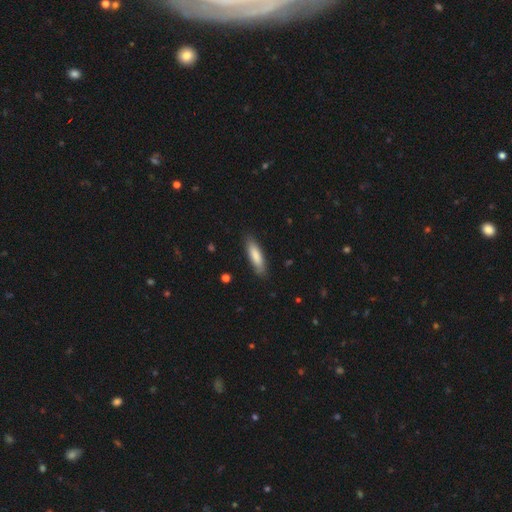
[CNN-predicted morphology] Q: Smooth or featured?
A: smooth (82%); runner-up: featured or disk (13%)
Q: How rounded?
A: cigar-shaped (57%); runner-up: in between (41%)
Q: Merging?
A: none (84%); runner-up: minor disturbance (13%)